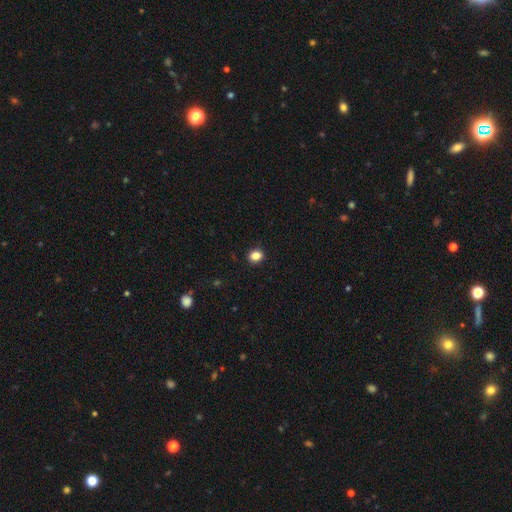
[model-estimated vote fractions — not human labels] The model was most divided on "how rounded": round: 60%, in between: 39%, cigar-shaped: 1%. More confident: merging — none (90%); smooth or featured — smooth (85%).